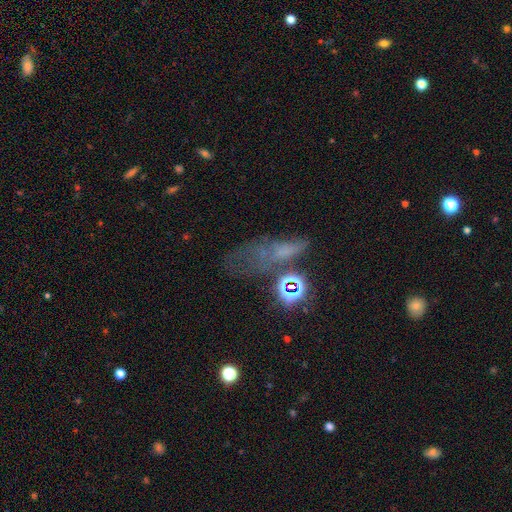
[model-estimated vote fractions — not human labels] Overall: star or artifact (41%; featured or disk 30%).